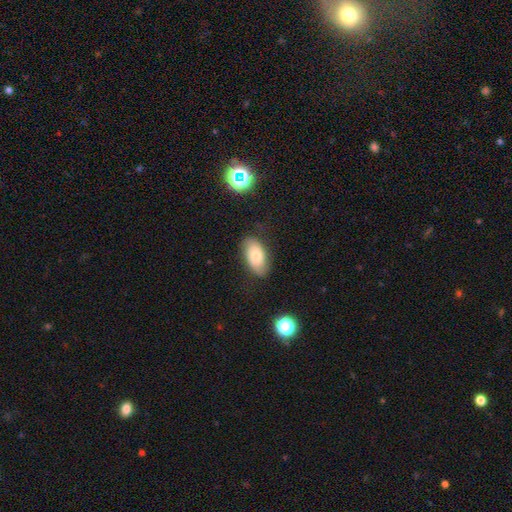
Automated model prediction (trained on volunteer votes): Smooth or featured? smooth (64%)
How rounded? in between (93%)
Merging? none (77%)